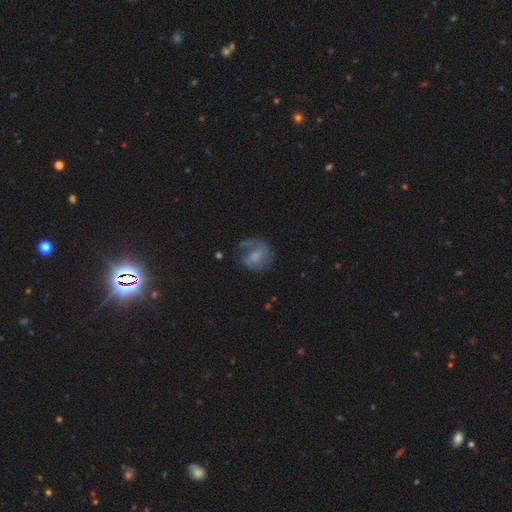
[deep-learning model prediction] Smooth or featured? Predicted: smooth (p=0.46). Merging? Predicted: none (p=0.49).